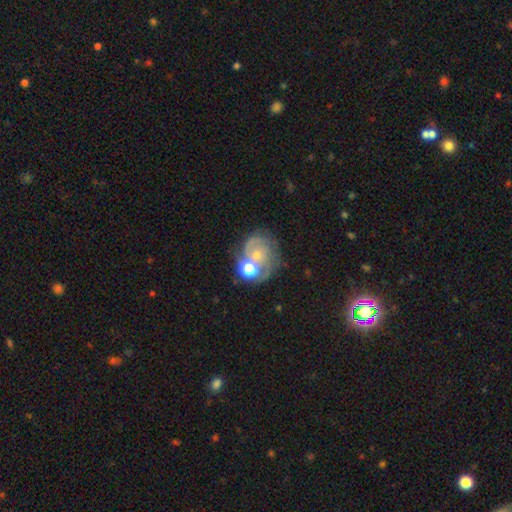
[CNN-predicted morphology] Overall: featured or disk (64%). Edge-on disk: no (97%). Bar: no (75%). Spiral arms: yes (81%). Spiral arm count: 2 (45%; can't tell 30%). Spiral winding: tight (50%; medium 36%). Bulge size: small (51%; moderate 40%). Merging: none (50%; merger 23%).